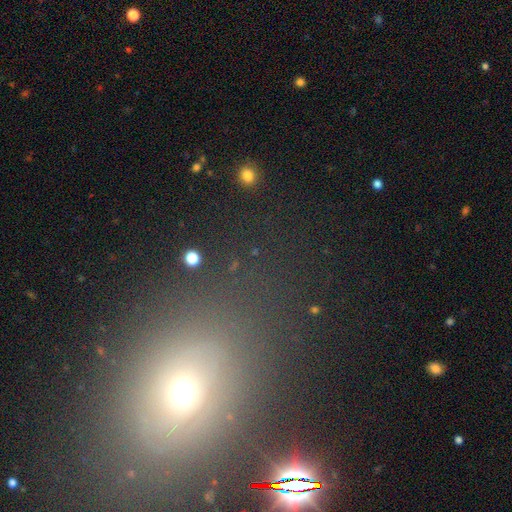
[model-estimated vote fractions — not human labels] Q: Smooth or featured?
A: star or artifact (43%); tied with: smooth (43%)